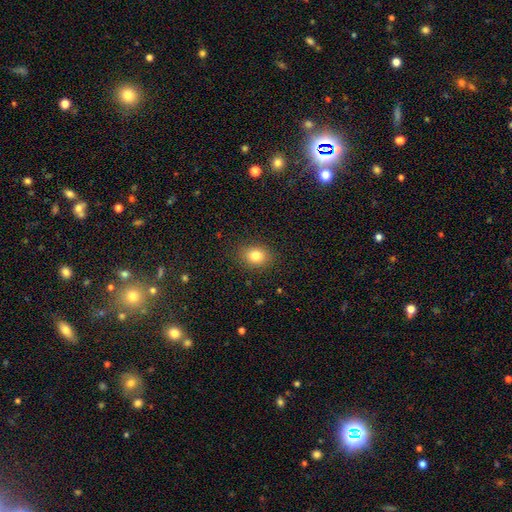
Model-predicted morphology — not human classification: smooth-or-featured: smooth: 81% | star or artifact: 11% | featured or disk: 8%
  how-rounded: round: 50% | in between: 49% | cigar-shaped: 1%
  merging: none: 88% | minor disturbance: 8% | major disturbance: 3% | merger: 1%